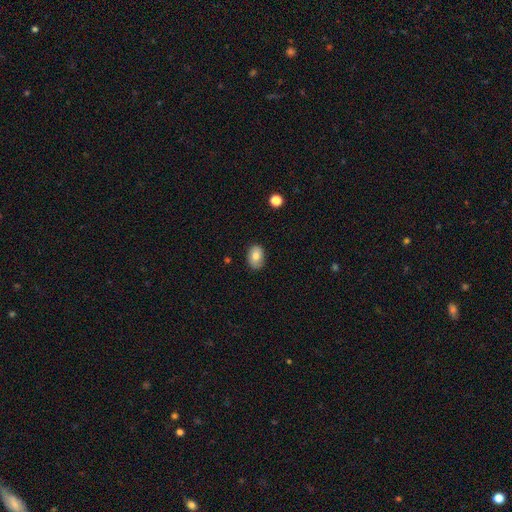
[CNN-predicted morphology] Q: Smooth or featured?
A: smooth (80%); runner-up: featured or disk (12%)
Q: How rounded?
A: in between (82%); runner-up: round (17%)
Q: Merging?
A: none (84%); runner-up: minor disturbance (13%)